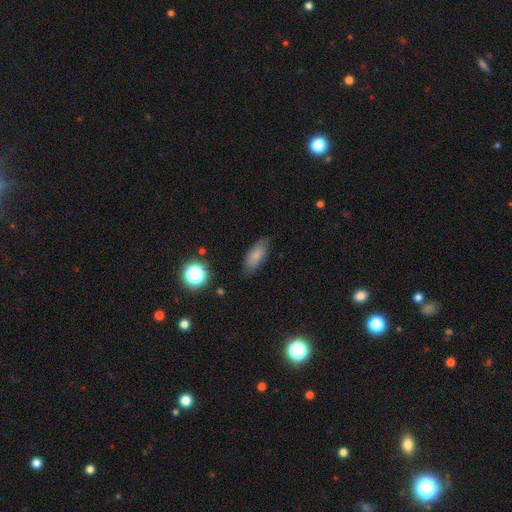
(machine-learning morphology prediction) smooth-or-featured: smooth: 77% | featured or disk: 14% | star or artifact: 10%
  how-rounded: in between: 77% | cigar-shaped: 19% | round: 4%
  merging: none: 75% | minor disturbance: 19% | major disturbance: 4% | merger: 2%